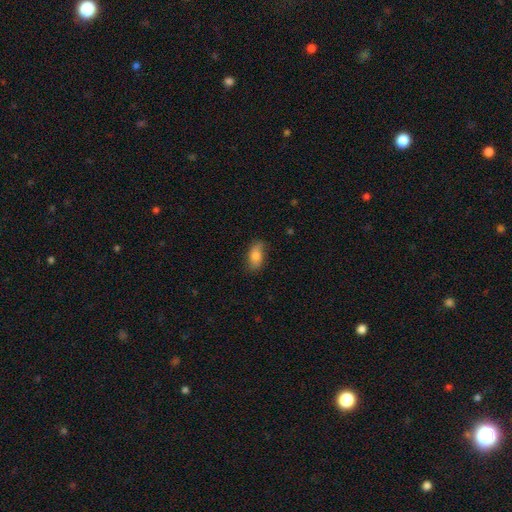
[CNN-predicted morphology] Smooth or featured?
  - smooth: 70% *
  - featured or disk: 22%
  - star or artifact: 8%
How rounded?
  - in between: 88% *
  - round: 6%
  - cigar-shaped: 6%
Merging?
  - none: 75% *
  - minor disturbance: 19%
  - major disturbance: 4%
  - merger: 1%